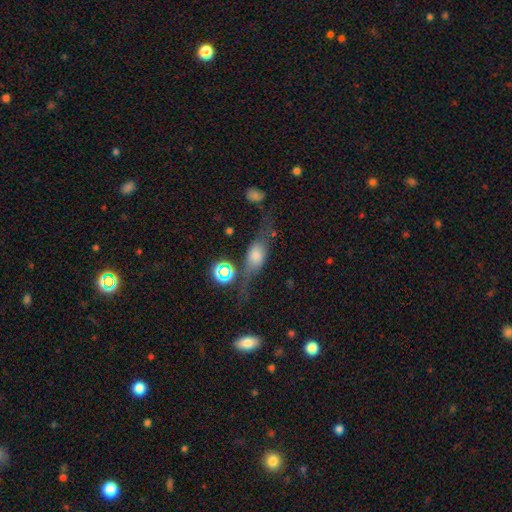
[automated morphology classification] smooth-or-featured: smooth: 45% | featured or disk: 42% | star or artifact: 13%
  merging: none: 51% | minor disturbance: 22% | major disturbance: 20% | merger: 7%